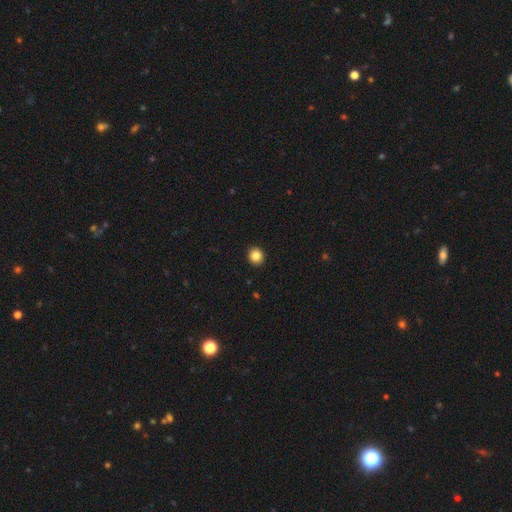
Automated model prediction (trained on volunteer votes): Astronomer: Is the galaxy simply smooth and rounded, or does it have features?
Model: smooth — 85%.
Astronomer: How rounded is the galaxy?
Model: round — 86%.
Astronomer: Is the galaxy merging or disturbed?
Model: none — 93%.